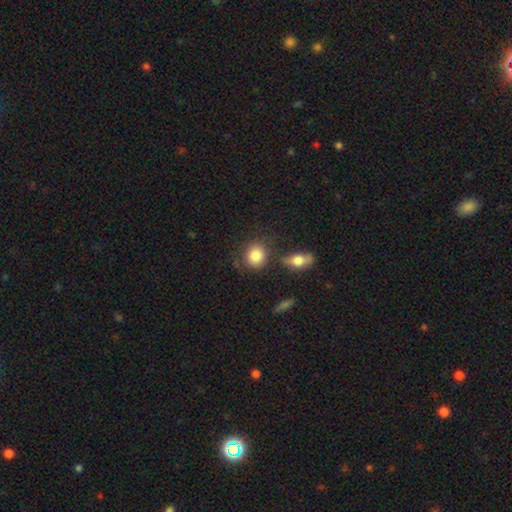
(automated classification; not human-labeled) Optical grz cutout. It shows a smooth galaxy with no disk features (84%) that is round (73%). Merging: none (69%).